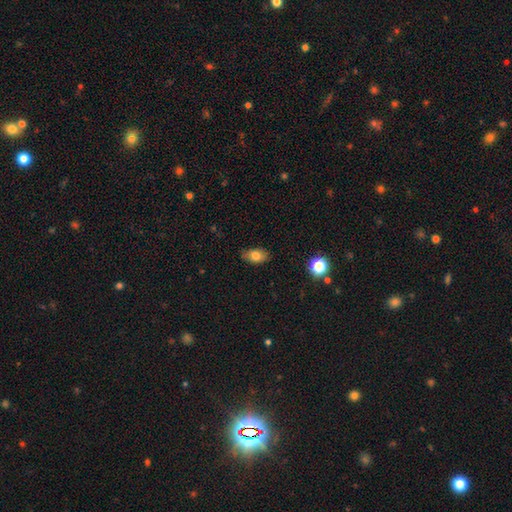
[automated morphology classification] Smooth or featured? Predicted: smooth (p=0.79). How rounded? Predicted: in between (p=0.87). Merging? Predicted: none (p=0.83).